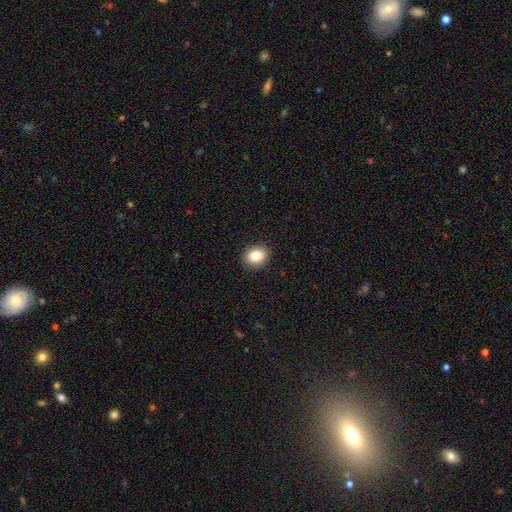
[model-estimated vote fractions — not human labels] smooth-or-featured: smooth: 84% | star or artifact: 9% | featured or disk: 6%
  how-rounded: round: 62% | in between: 38% | cigar-shaped: 1%
  merging: none: 90% | minor disturbance: 7% | major disturbance: 2% | merger: 1%